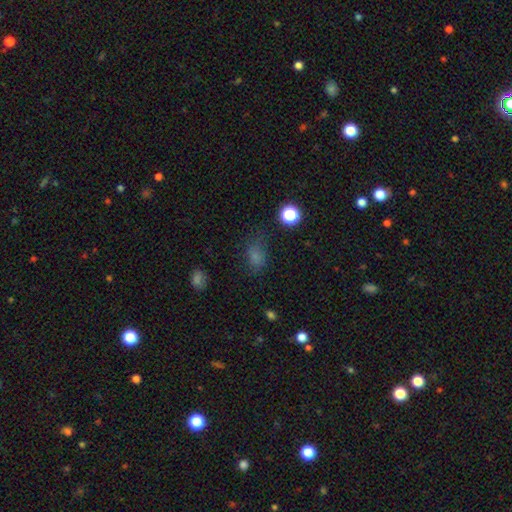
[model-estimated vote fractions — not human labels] The model was most divided on "merging": none: 63%, minor disturbance: 23%, major disturbance: 12%, merger: 3%. More confident: how rounded — in between (71%); smooth or featured — smooth (71%).